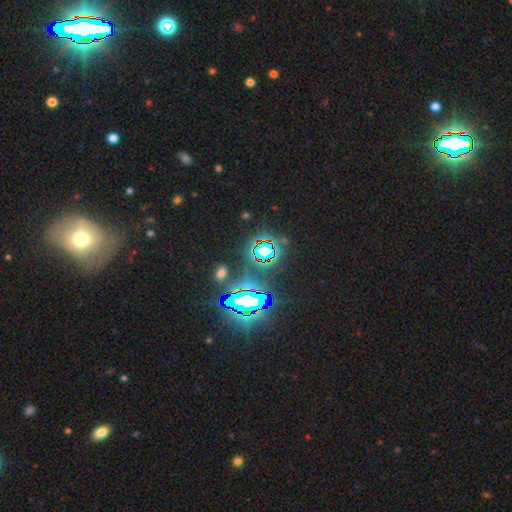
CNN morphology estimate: star or artifact 78%, smooth 13%, featured or disk 9%.